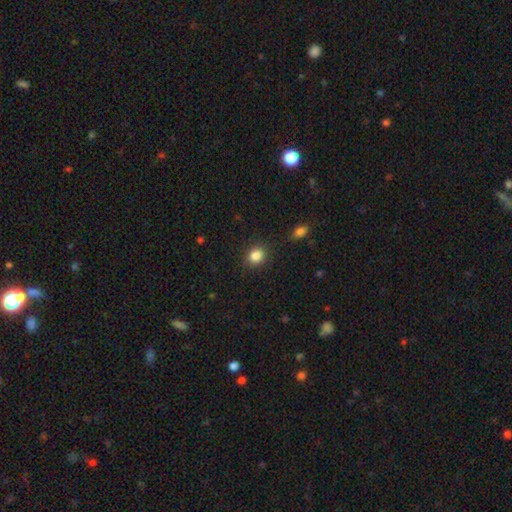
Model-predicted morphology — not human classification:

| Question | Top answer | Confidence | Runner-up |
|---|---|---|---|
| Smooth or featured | smooth | 85% | star or artifact (10%) |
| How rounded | round | 72% | in between (27%) |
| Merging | none | 87% | minor disturbance (9%) |